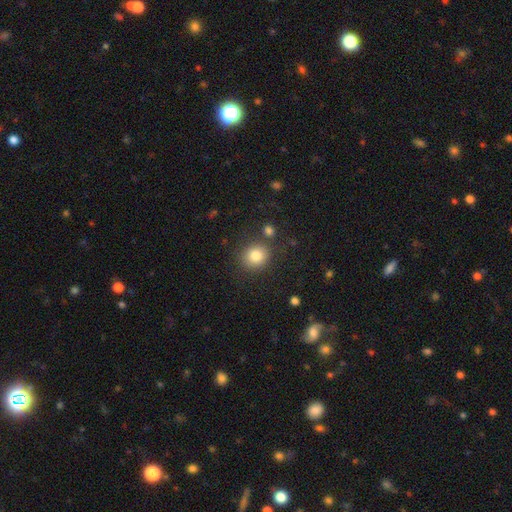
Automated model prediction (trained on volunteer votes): The model was most divided on "how rounded": round: 82%, in between: 17%, cigar-shaped: 1%. More confident: smooth or featured — smooth (82%); merging — none (82%).